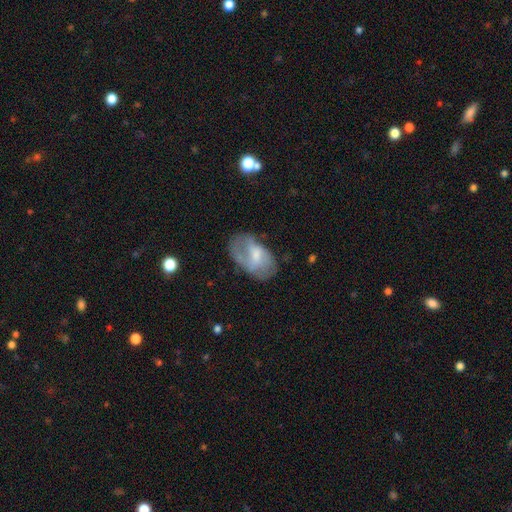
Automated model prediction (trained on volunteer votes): smooth-or-featured: featured or disk: 48% | smooth: 45% | star or artifact: 8%
  merging: none: 45% | minor disturbance: 28% | major disturbance: 24% | merger: 3%